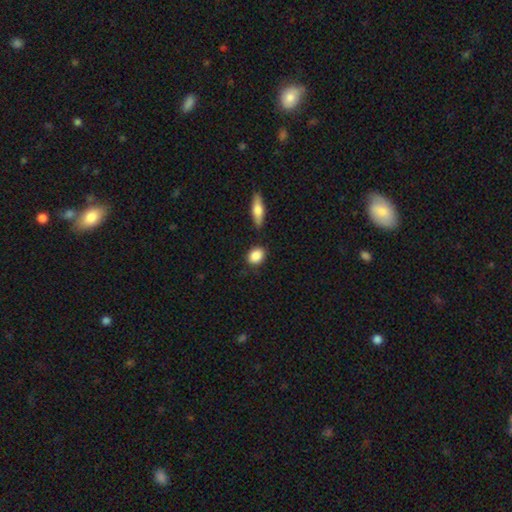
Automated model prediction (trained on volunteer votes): This appears to be a smooth galaxy with no disk features (87%) that is in between round and cigar-shaped (56%). Merging: none (80%).